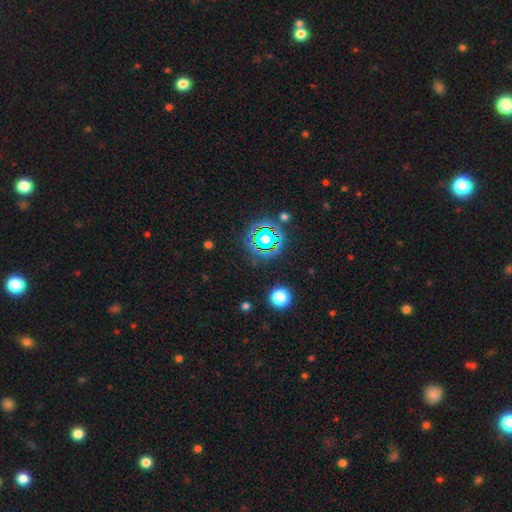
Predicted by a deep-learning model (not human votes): star or artifact 78%, smooth 15%, featured or disk 7%.